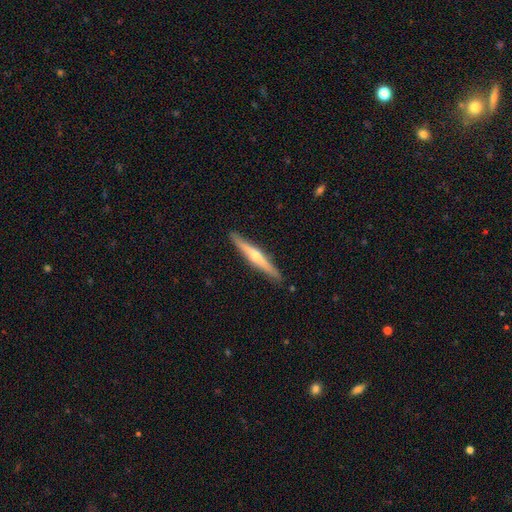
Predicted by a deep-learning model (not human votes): This is likely a featured or disk galaxy (66%). It is clearly viewed edge-on (97%). Edge-on bulge: likely rounded (79%). Merging: clearly none (90%).